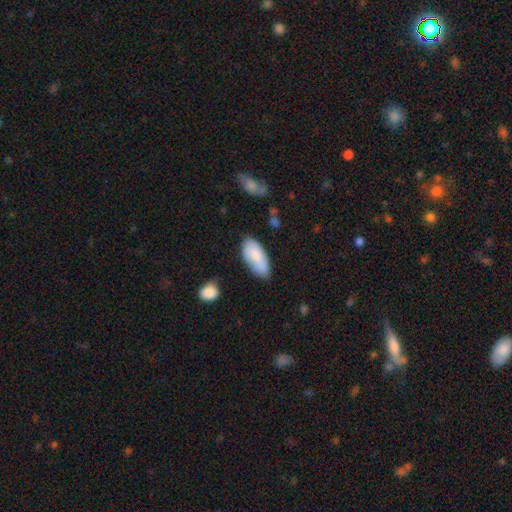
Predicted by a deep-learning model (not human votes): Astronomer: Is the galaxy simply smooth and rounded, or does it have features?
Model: smooth — 80%.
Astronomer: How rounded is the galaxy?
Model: in between — 90%.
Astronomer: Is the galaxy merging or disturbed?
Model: none — 63%.